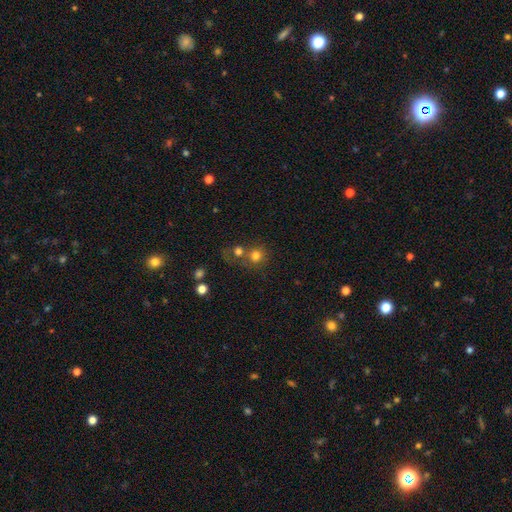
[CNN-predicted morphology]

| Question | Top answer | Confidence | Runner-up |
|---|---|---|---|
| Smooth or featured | smooth | 74% | star or artifact (15%) |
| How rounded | round | 87% | in between (12%) |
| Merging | none | 48% | merger (39%) |